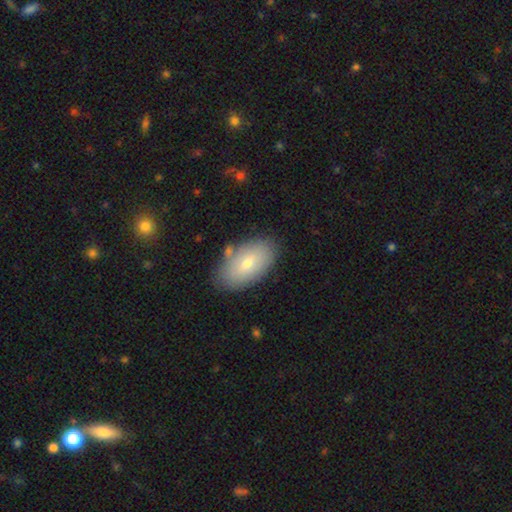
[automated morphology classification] Overall: smooth (67%). How rounded: in between (93%). Merging: none (78%).